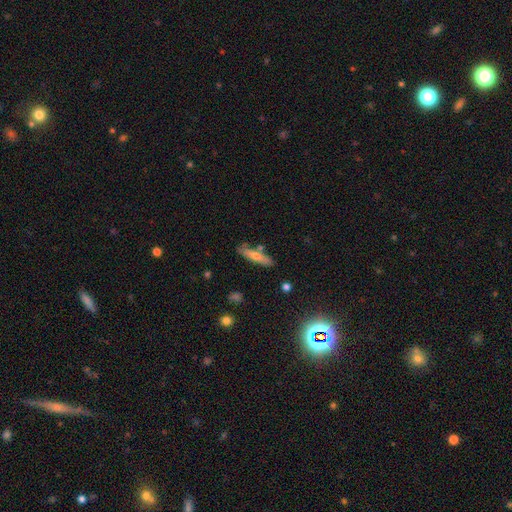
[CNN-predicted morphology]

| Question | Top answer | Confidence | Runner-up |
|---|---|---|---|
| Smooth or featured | smooth | 60% | featured or disk (32%) |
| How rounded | cigar-shaped | 79% | in between (19%) |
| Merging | none | 76% | minor disturbance (14%) |